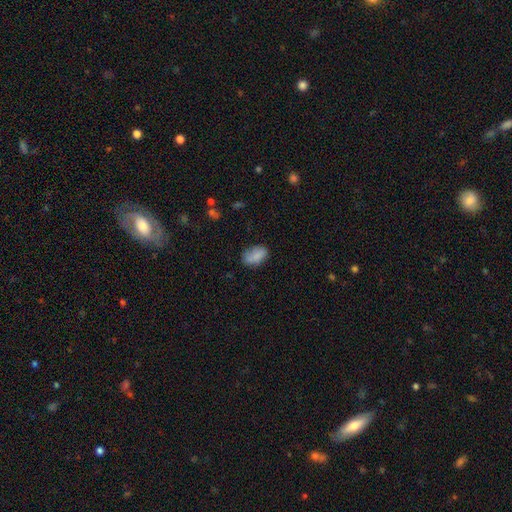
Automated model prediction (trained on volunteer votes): Morphology: type=smooth (80%); roundness=in between (90%); merging=none (63%).